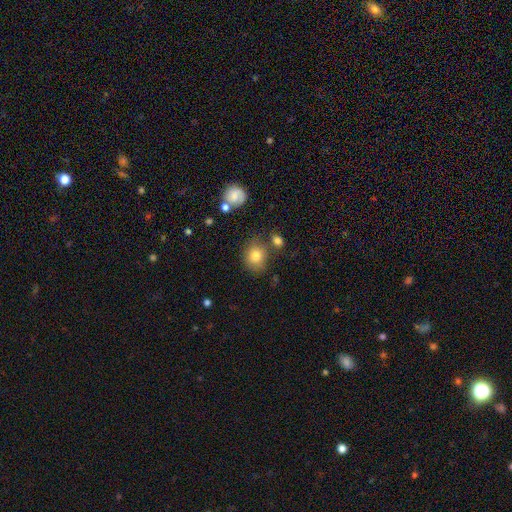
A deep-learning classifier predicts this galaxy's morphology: Smooth or featured: smooth — 80% (star or artifact — 10%)
How rounded: round — 63% (in between — 36%)
Merging: none — 71% (minor disturbance — 16%)